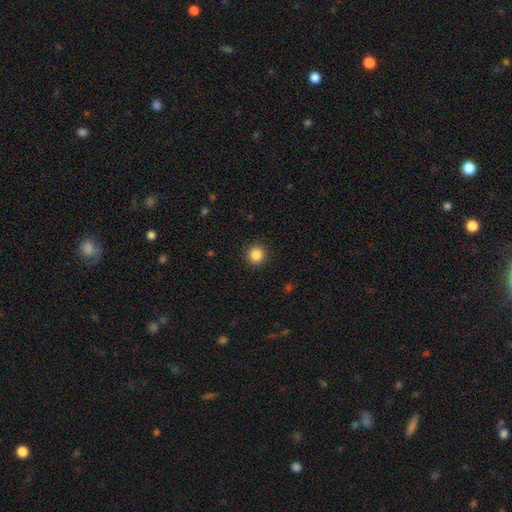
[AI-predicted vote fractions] Smooth or featured: smooth — 86% (star or artifact — 11%)
How rounded: round — 95% (in between — 4%)
Merging: none — 92% (minor disturbance — 5%)